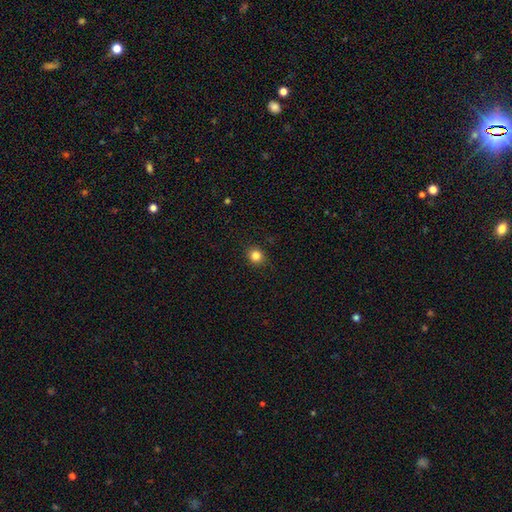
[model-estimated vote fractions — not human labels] Overall: smooth (83%). How rounded: round (83%). Merging: none (90%).